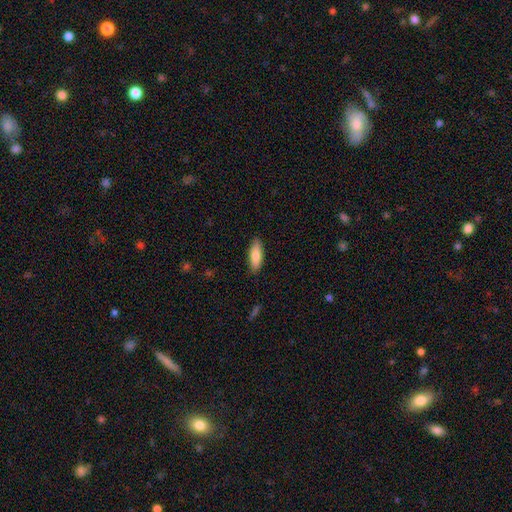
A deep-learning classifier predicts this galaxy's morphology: Q: Smooth or featured?
A: smooth (82%); runner-up: featured or disk (12%)
Q: How rounded?
A: in between (57%); runner-up: cigar-shaped (41%)
Q: Merging?
A: none (88%); runner-up: minor disturbance (9%)